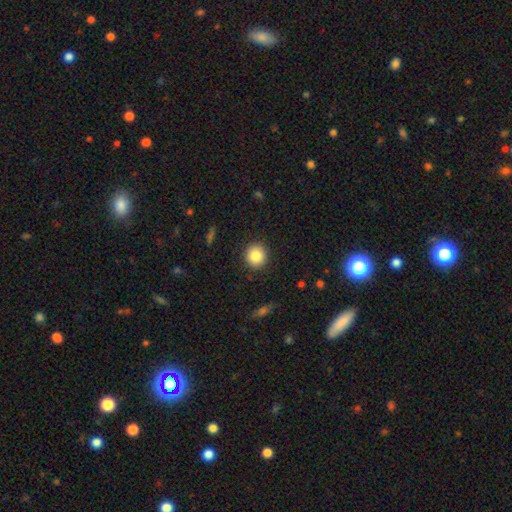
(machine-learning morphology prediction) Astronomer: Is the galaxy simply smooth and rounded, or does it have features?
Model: smooth — 85%.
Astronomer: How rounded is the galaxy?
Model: round — 90%.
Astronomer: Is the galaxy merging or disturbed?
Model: none — 91%.